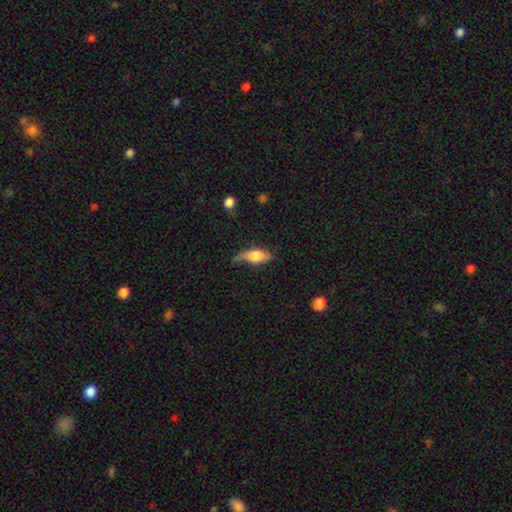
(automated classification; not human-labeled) Smooth or featured: smooth — 62% (featured or disk — 30%)
How rounded: in between — 72% (cigar-shaped — 23%)
Merging: none — 43% (minor disturbance — 36%)